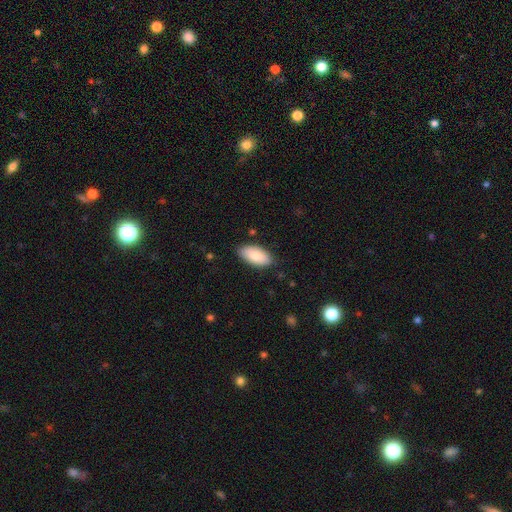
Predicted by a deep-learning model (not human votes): Smooth or featured? Predicted: smooth (p=0.88). How rounded? Predicted: in between (p=0.94). Merging? Predicted: none (p=0.85).